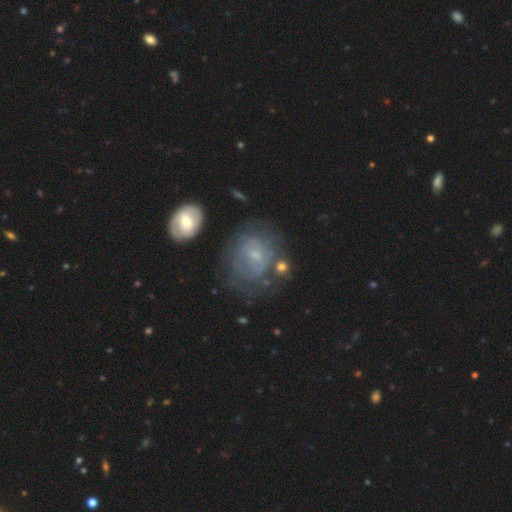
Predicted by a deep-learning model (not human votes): This is possibly a featured or disk galaxy (56%). It is clearly not viewed edge-on (96%). Bar: possibly no (50%). Spiral arm pattern: possibly yes (54%). Central bulge: likely small (66%). Merging: possibly none (52%).